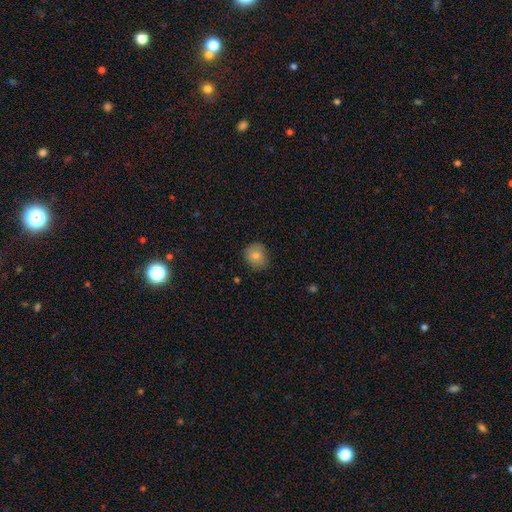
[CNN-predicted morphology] This appears to be a smooth galaxy with no disk features (79%) that is round (74%). Merging: none (78%).